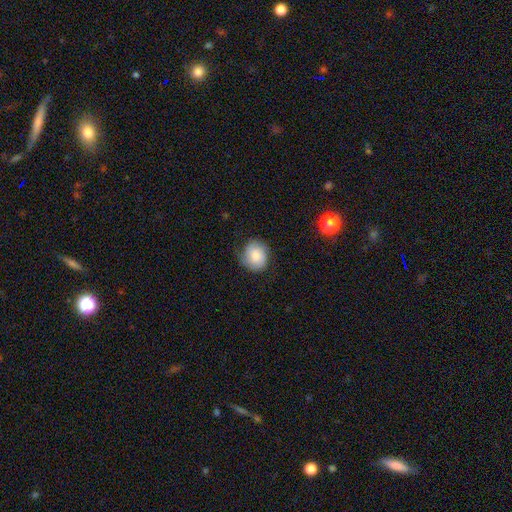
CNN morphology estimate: This is likely a smooth galaxy (71%). How rounded: likely round (79%). Merging: likely none (72%).